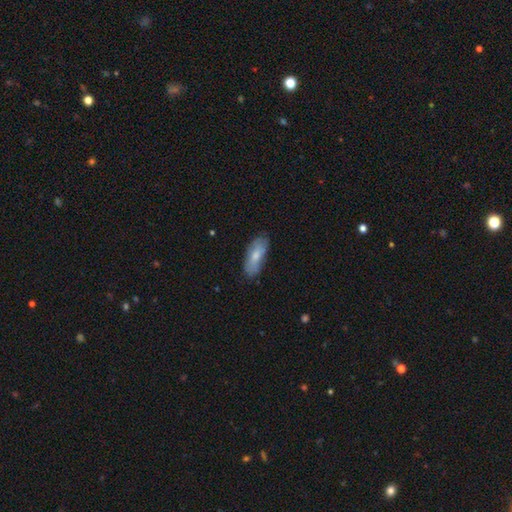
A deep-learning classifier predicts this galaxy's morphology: Smooth or featured? smooth (69%)
How rounded? in between (76%)
Merging? none (75%)